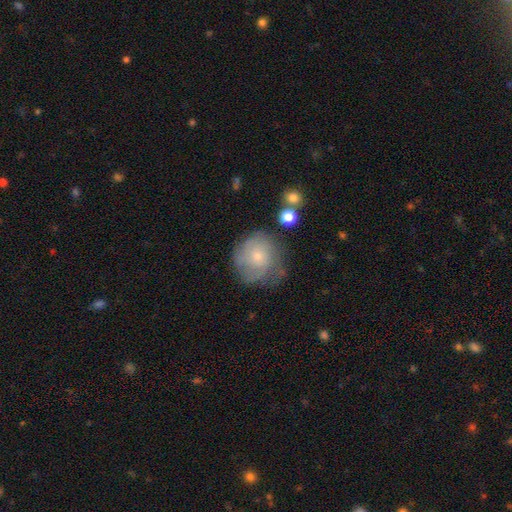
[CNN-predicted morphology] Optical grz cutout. It shows a smooth galaxy with no disk features (50%). Merging: none (54%).